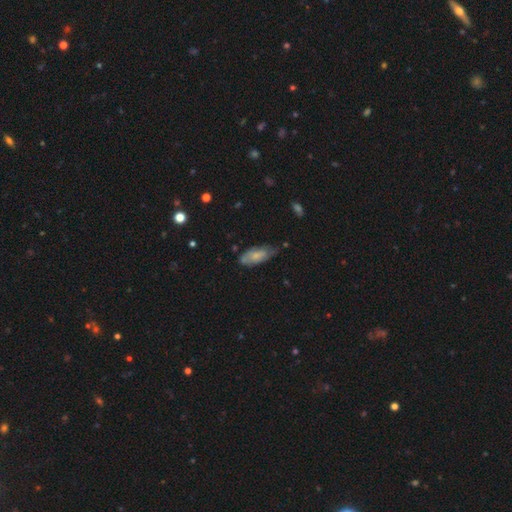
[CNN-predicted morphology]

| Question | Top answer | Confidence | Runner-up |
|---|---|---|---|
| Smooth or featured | smooth | 66% | featured or disk (27%) |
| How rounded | in between | 80% | cigar-shaped (18%) |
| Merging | none | 51% | minor disturbance (36%) |